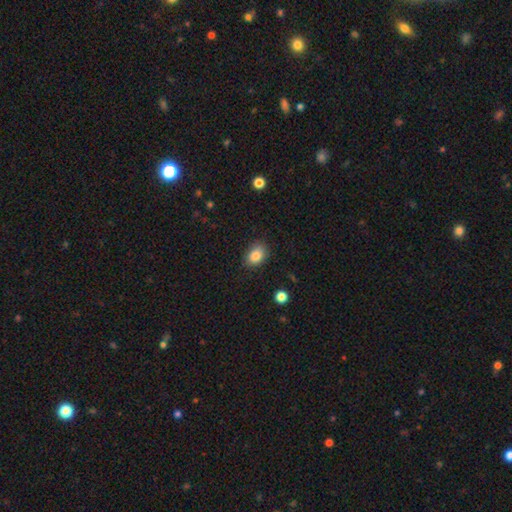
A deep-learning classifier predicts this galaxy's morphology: smooth 84%, star or artifact 9%, featured or disk 7%. Down the decision tree: how rounded — in between (76%); merging — none (83%).